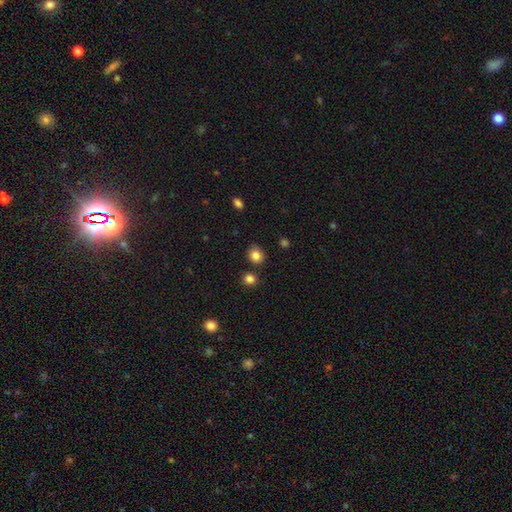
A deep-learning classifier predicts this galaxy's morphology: Smooth or featured?
  - smooth: 84% *
  - star or artifact: 11%
  - featured or disk: 5%
How rounded?
  - round: 74% *
  - in between: 25%
  - cigar-shaped: 1%
Merging?
  - none: 82% *
  - minor disturbance: 10%
  - merger: 5%
  - major disturbance: 2%